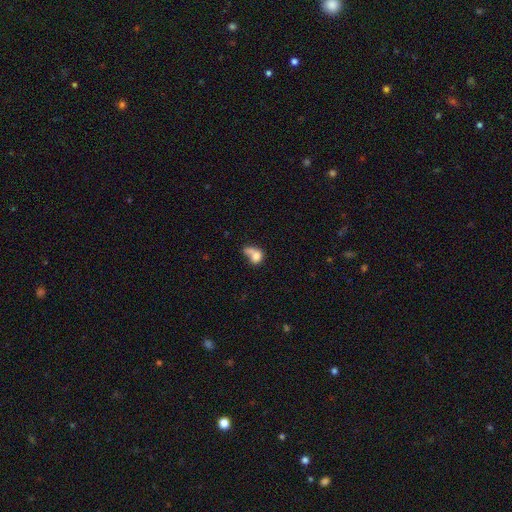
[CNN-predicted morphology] Smooth or featured? Predicted: smooth (p=0.70). How rounded? Predicted: in between (p=0.54). Merging? Predicted: merger (p=0.45).